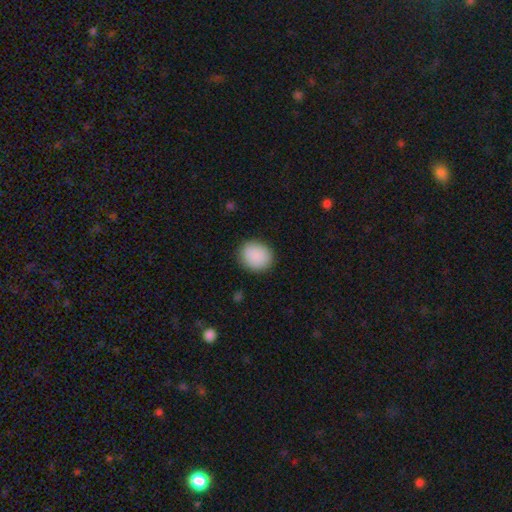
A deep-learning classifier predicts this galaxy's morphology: smooth_or_featured: smooth (p=0.89) [alt: star or artifact p=0.07]
how_rounded: round (p=0.72) [alt: in between p=0.28]
merging: none (p=0.88) [alt: minor disturbance p=0.09]